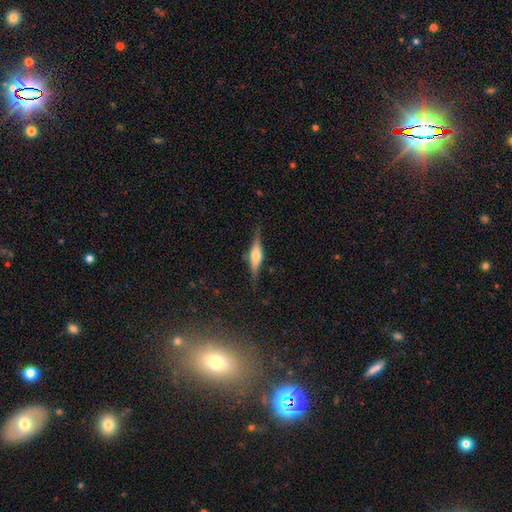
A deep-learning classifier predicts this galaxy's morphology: featured or disk 65%, smooth 28%, star or artifact 7%. Down the decision tree: edge-on disk — yes (96%); edge-on bulge — rounded (84%); merging — none (83%).